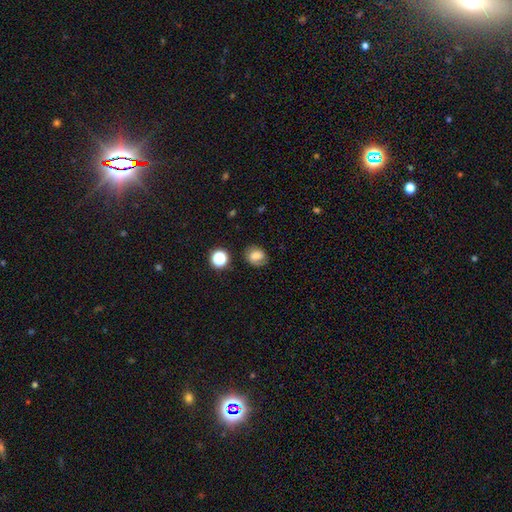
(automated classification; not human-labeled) A smooth galaxy with no disk features (64%) that is round (59%). Merging: none (74%).